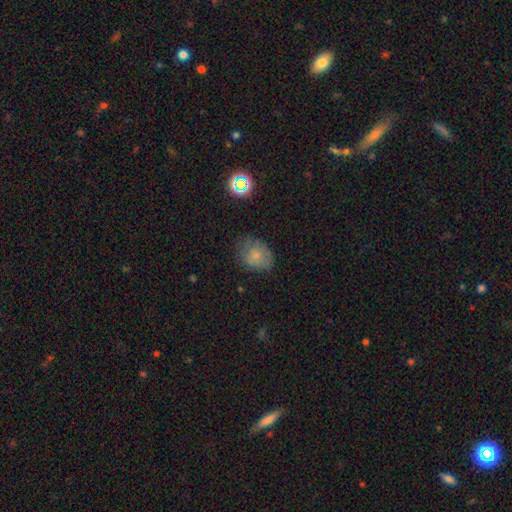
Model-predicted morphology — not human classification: Smooth or featured?
  - smooth: 71% *
  - featured or disk: 17%
  - star or artifact: 11%
How rounded?
  - in between: 57% *
  - round: 42%
  - cigar-shaped: 1%
Merging?
  - none: 58% *
  - minor disturbance: 29%
  - major disturbance: 11%
  - merger: 2%